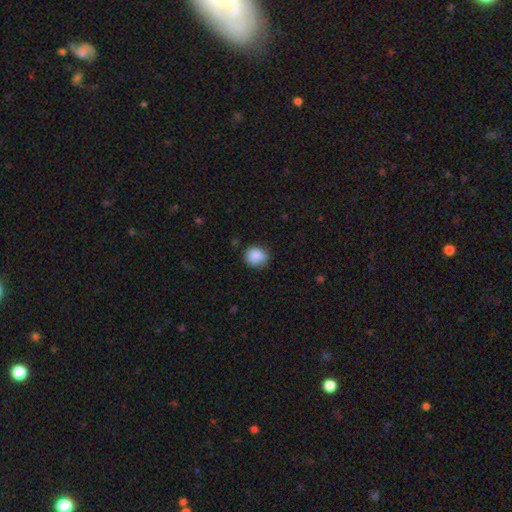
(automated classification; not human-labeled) Smooth or featured: smooth — 86% (star or artifact — 8%)
How rounded: round — 72% (in between — 27%)
Merging: none — 73% (minor disturbance — 21%)